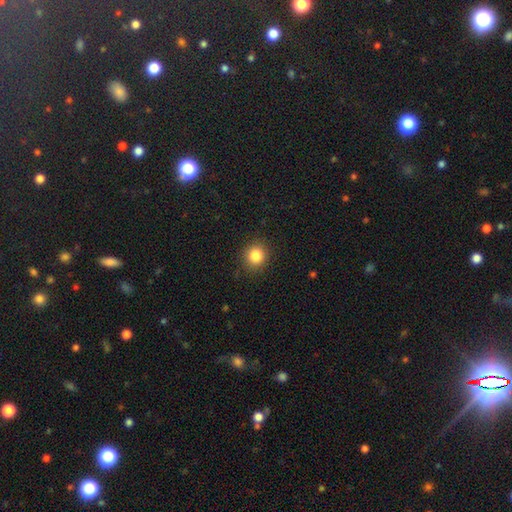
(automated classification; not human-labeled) Smooth or featured: smooth — 85% (star or artifact — 10%)
How rounded: round — 86% (in between — 13%)
Merging: none — 89% (minor disturbance — 8%)